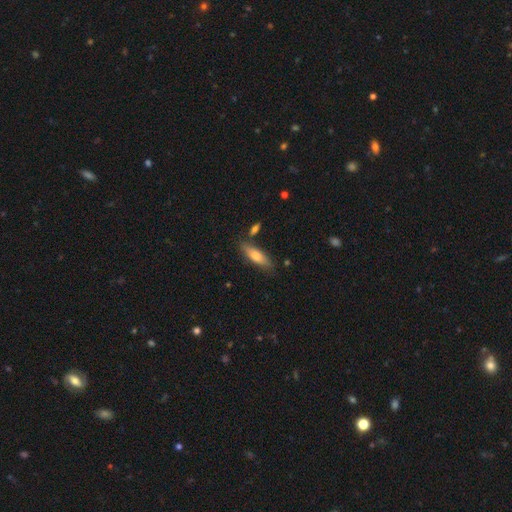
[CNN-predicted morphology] Q: Smooth or featured?
A: smooth (70%); runner-up: featured or disk (23%)
Q: How rounded?
A: cigar-shaped (52%); runner-up: in between (46%)
Q: Merging?
A: none (79%); runner-up: minor disturbance (13%)